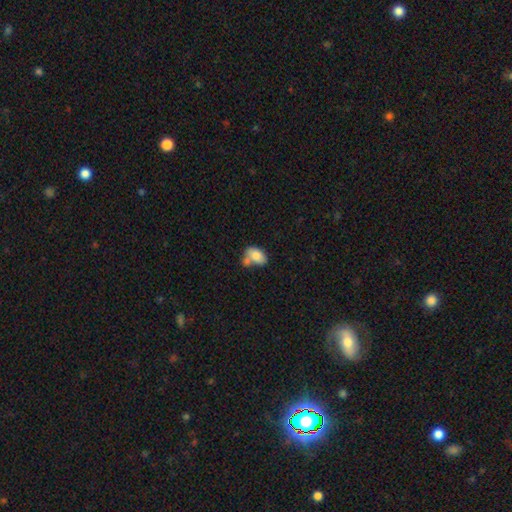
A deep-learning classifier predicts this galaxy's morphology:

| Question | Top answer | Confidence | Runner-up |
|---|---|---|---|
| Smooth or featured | smooth | 79% | featured or disk (14%) |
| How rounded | in between | 88% | round (10%) |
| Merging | merger | 39% | none (34%) |